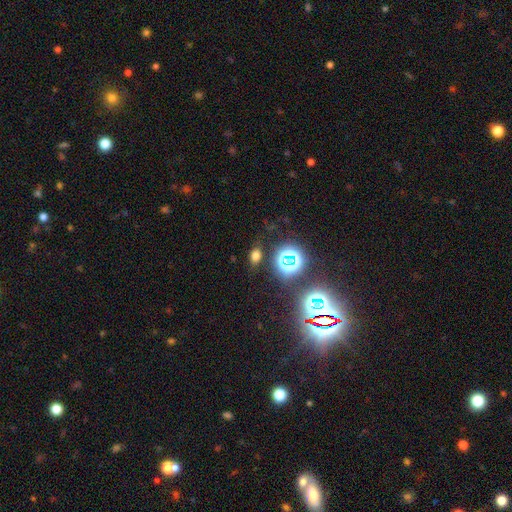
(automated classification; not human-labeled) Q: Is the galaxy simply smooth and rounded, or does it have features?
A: smooth — 62%.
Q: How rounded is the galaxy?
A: in between — 74%.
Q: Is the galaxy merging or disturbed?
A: none — 81%.